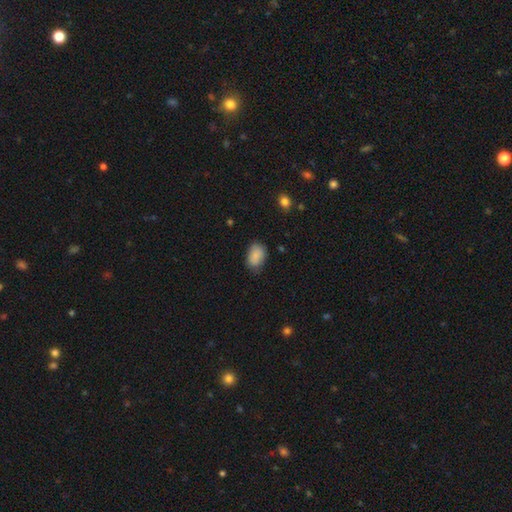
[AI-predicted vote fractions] Smooth or featured? Predicted: smooth (p=0.86). How rounded? Predicted: in between (p=0.86). Merging? Predicted: none (p=0.71).